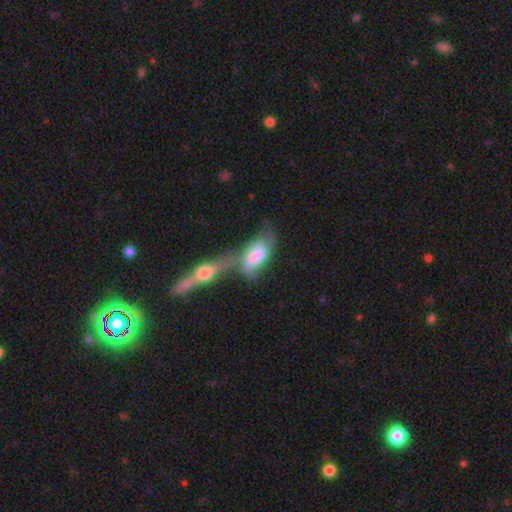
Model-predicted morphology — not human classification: smooth 47%, featured or disk 45%, star or artifact 8%. Down the decision tree: merging — merger (67%).